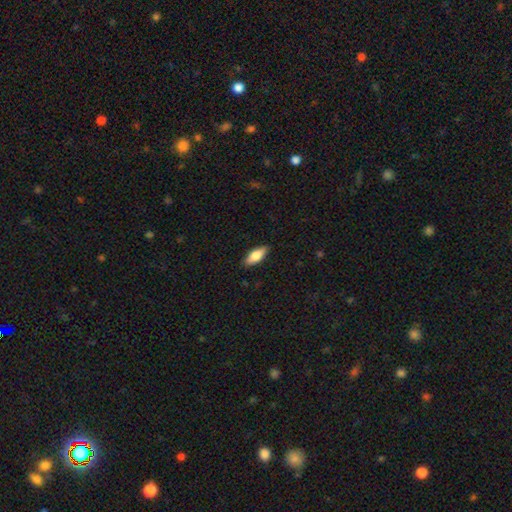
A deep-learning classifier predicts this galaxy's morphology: smooth 75%, featured or disk 19%, star or artifact 6%. Down the decision tree: how rounded — in between (74%); merging — none (87%).